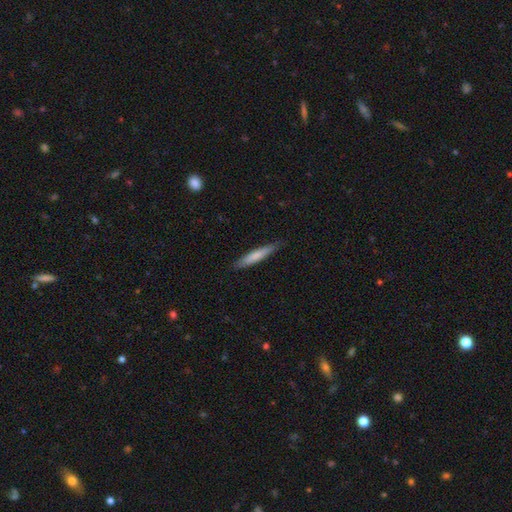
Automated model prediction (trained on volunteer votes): Smooth or featured?
  - smooth: 73% *
  - featured or disk: 22%
  - star or artifact: 5%
How rounded?
  - cigar-shaped: 91% *
  - in between: 8%
  - round: 1%
Merging?
  - none: 84% *
  - minor disturbance: 13%
  - major disturbance: 2%
  - merger: 1%